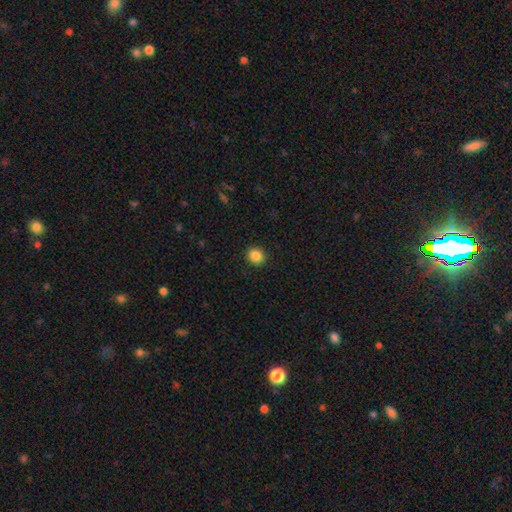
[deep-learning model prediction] A smooth galaxy with no disk features (87%) that is round (80%). Merging: none (91%).